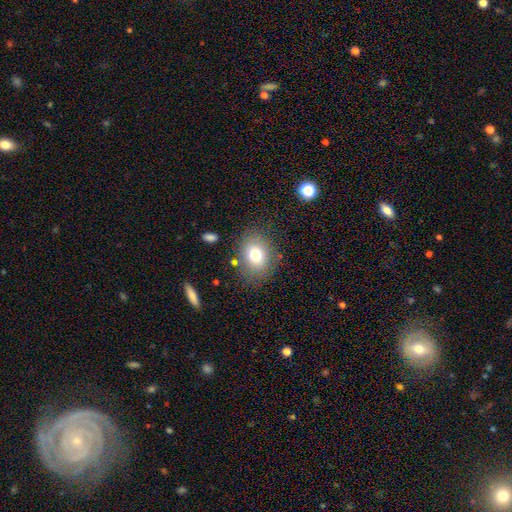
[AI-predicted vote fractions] smooth-or-featured: smooth: 76% | star or artifact: 12% | featured or disk: 12%
  how-rounded: in between: 58% | round: 41% | cigar-shaped: 1%
  merging: none: 82% | minor disturbance: 11% | major disturbance: 3% | merger: 3%